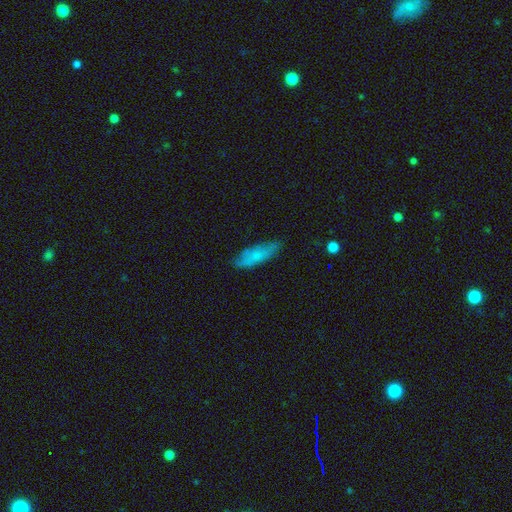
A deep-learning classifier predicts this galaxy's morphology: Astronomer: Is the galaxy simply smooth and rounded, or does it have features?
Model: smooth — 70%.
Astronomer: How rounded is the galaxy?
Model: in between — 52% (runner-up: cigar-shaped, 46%).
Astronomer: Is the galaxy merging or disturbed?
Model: none — 74%.